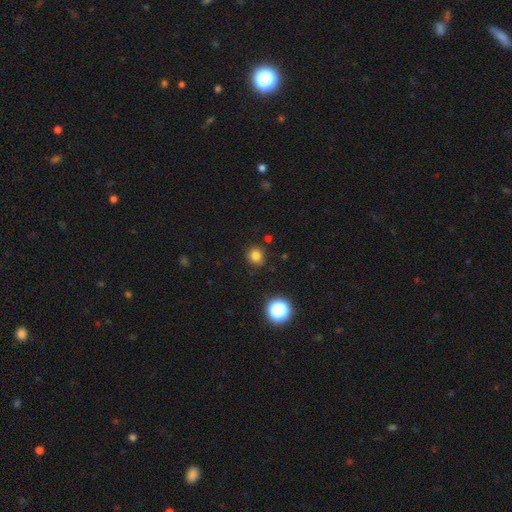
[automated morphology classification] Smooth or featured? Predicted: smooth (p=0.80). How rounded? Predicted: round (p=0.89). Merging? Predicted: none (p=0.87).